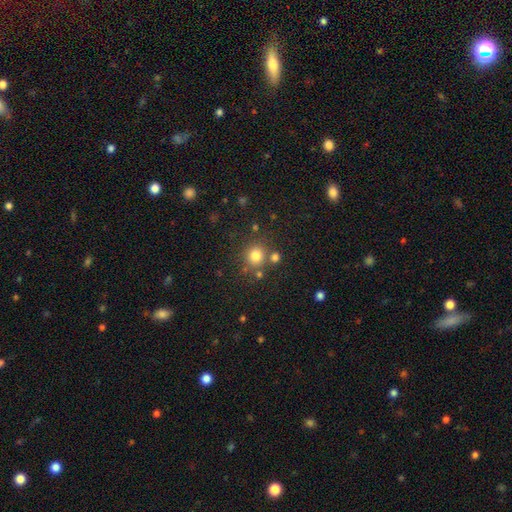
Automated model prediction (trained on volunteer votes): smooth_or_featured: smooth (p=0.78) [alt: star or artifact p=0.15]
how_rounded: round (p=0.89) [alt: in between p=0.10]
merging: none (p=0.75) [alt: merger p=0.12]